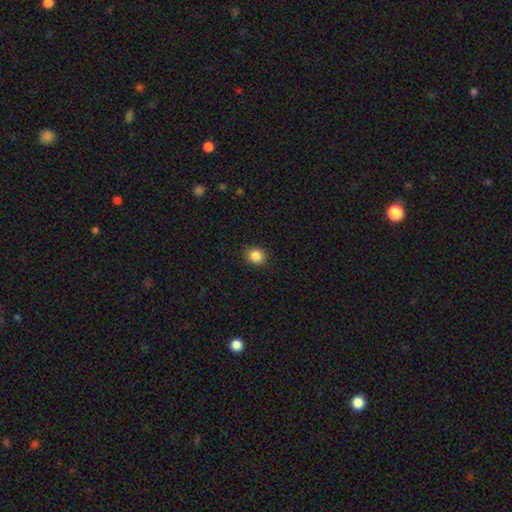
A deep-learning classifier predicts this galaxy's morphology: This appears to be a smooth galaxy with no disk features (86%) that is round (75%). Merging: none (89%).